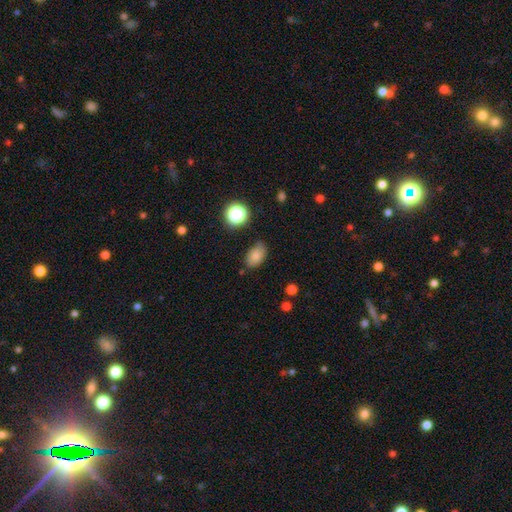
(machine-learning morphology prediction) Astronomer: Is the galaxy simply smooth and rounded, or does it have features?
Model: smooth — 81%.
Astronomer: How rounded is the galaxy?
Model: in between — 88%.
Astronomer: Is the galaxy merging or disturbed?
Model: none — 74%.